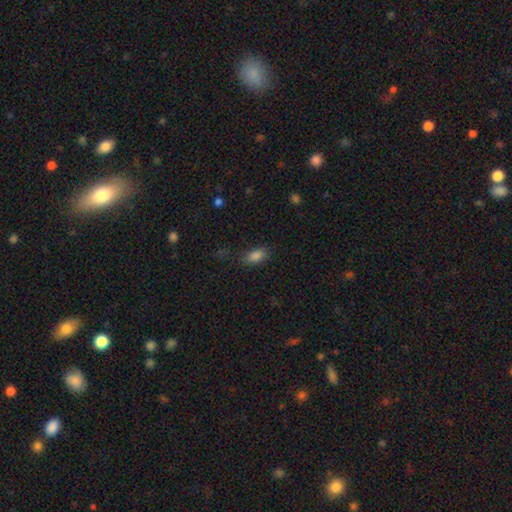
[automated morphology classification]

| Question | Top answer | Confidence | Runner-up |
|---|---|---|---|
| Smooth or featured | smooth | 84% | star or artifact (11%) |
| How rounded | in between | 89% | round (6%) |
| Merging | none | 75% | minor disturbance (17%) |